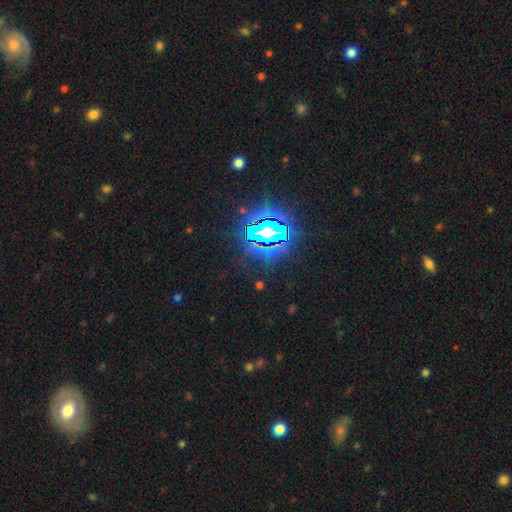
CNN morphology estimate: Overall: star or artifact (83%).